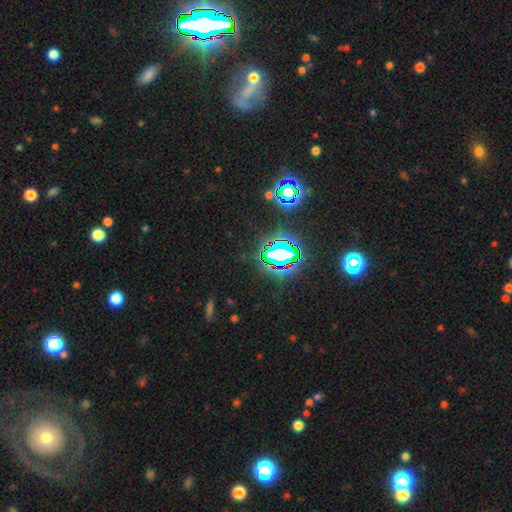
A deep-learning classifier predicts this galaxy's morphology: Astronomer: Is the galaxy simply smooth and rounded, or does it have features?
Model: star or artifact — 79%.